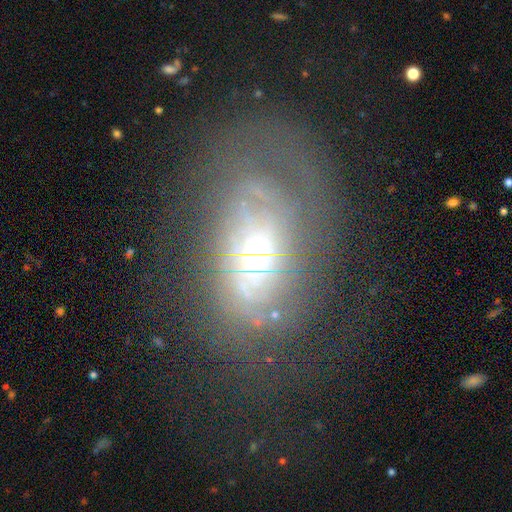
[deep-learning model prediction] featured or disk 57%, smooth 26%, star or artifact 17%. Down the decision tree: edge-on disk — no (91%); bar — no (76%); spiral arms — yes (50%, tied with no); bulge size — small (46%); merging — none (44%).